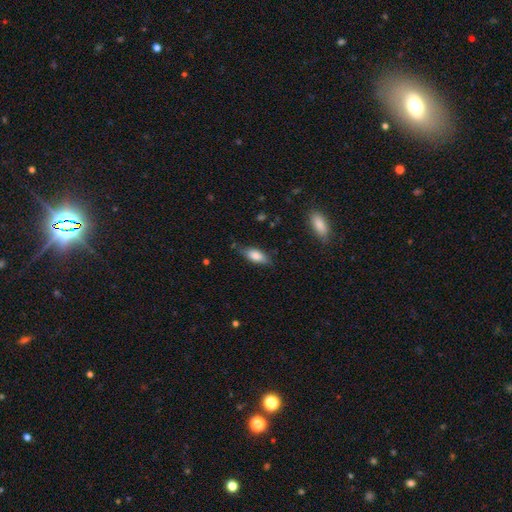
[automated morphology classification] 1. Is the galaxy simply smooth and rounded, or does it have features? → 77% smooth, 16% featured or disk, 7% star or artifact.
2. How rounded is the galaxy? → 77% in between, 20% cigar-shaped, 3% round.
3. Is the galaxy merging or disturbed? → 70% none, 22% minor disturbance, 5% major disturbance, 2% merger.